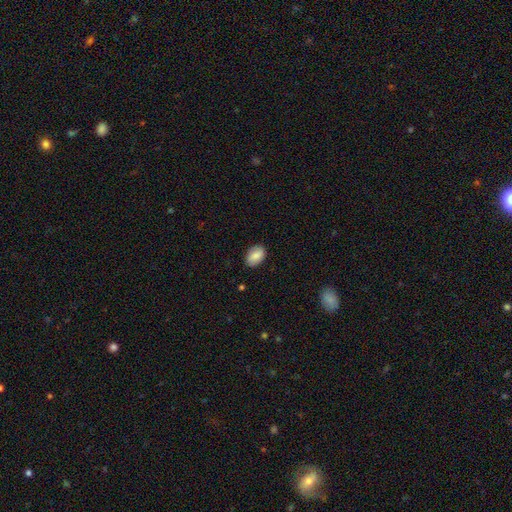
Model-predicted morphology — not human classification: Overall: smooth (84%). How rounded: in between (88%). Merging: none (86%).